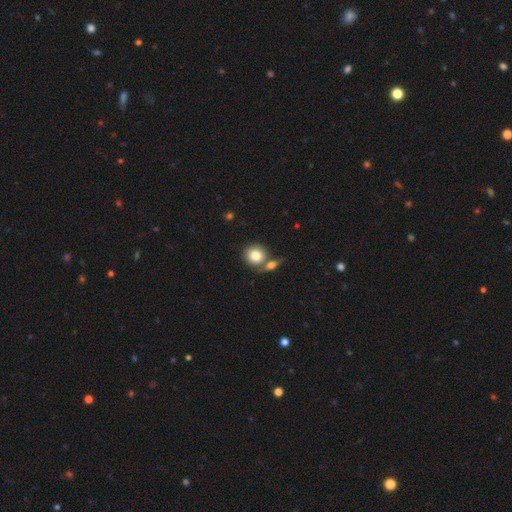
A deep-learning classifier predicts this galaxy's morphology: type=smooth (80%); roundness=round (86%); merging=none (53%).